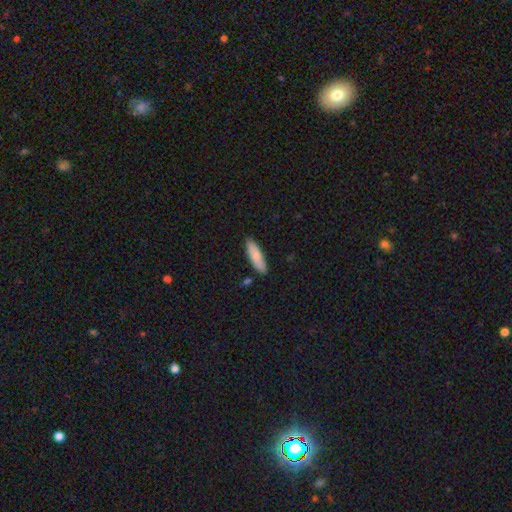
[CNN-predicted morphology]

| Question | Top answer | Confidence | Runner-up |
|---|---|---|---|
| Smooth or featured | smooth | 82% | featured or disk (13%) |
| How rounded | cigar-shaped | 53% | in between (45%) |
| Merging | none | 84% | minor disturbance (11%) |